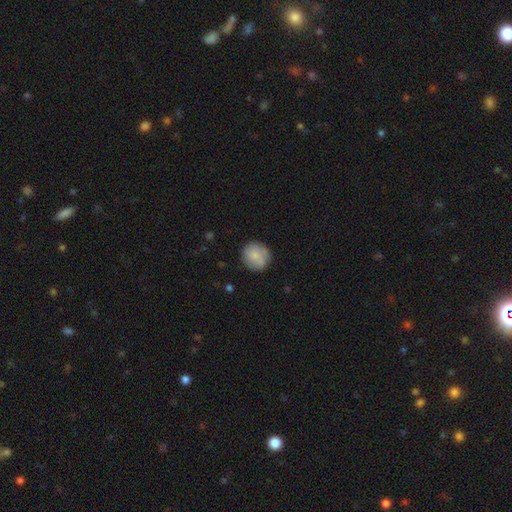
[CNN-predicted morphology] This appears to be a smooth galaxy with no disk features (79%) that is round (89%). Merging: none (80%).